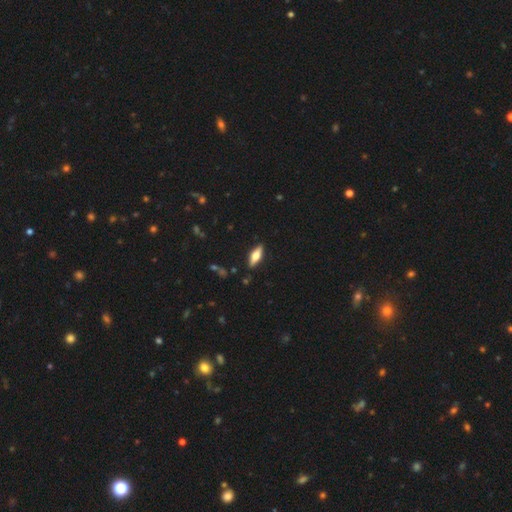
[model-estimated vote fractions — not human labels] smooth 51%, featured or disk 43%, star or artifact 7%. Down the decision tree: how rounded — in between (60%); merging — none (88%).